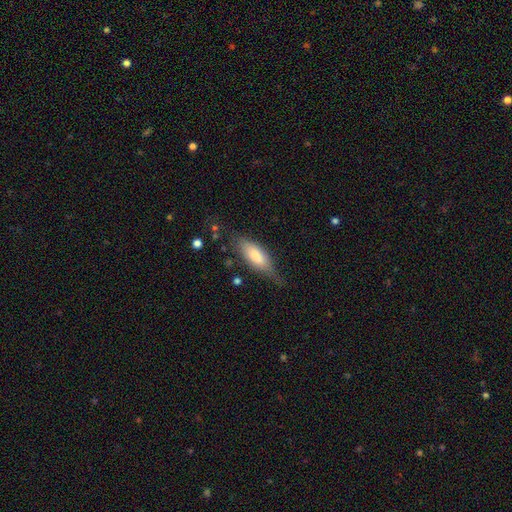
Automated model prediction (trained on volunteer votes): This appears to be a smooth galaxy with no disk features (72%) that is in between round and cigar-shaped (68%). Merging: none (57%).